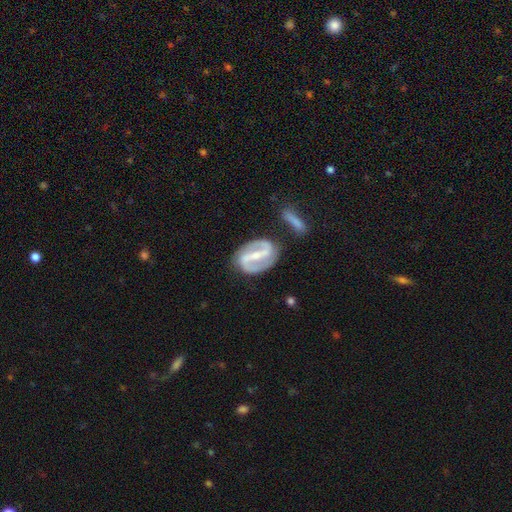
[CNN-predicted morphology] Smooth or featured? featured or disk (89%)
Edge-on disk? no (96%)
Bar? strong (74%)
Spiral arms? yes (91%)
Spiral winding? medium (49%)
Spiral arm count? 2 (92%)
Bulge size? small (56%)
Merging? none (78%)